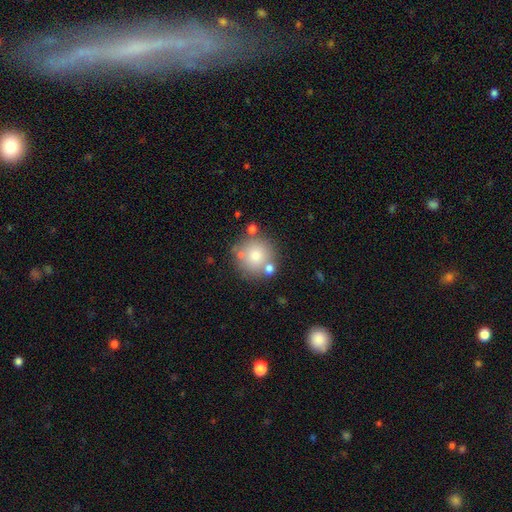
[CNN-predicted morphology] Smooth or featured? smooth (76%)
How rounded? round (93%)
Merging? none (72%)